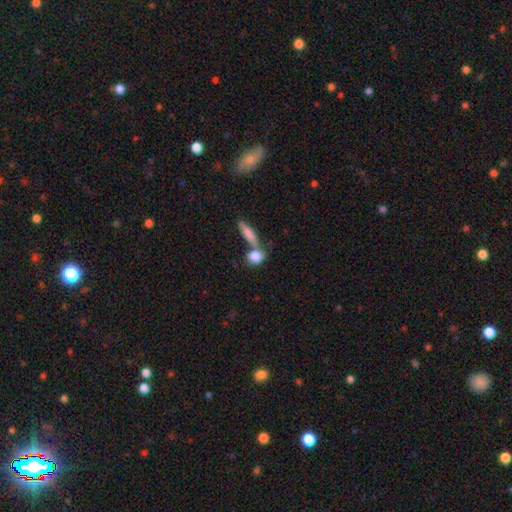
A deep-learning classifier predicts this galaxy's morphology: Overall: smooth (82%). How rounded: round (45%; in between 40%). Merging: none (49%; merger 35%).